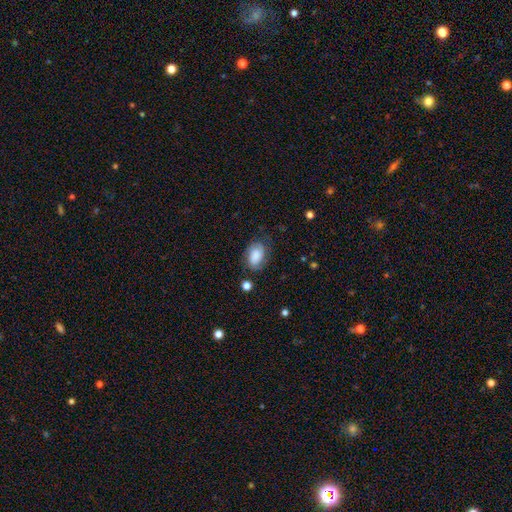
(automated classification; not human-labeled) Smooth or featured: smooth — 68% (featured or disk — 24%)
How rounded: in between — 87% (round — 11%)
Merging: none — 65% (minor disturbance — 23%)